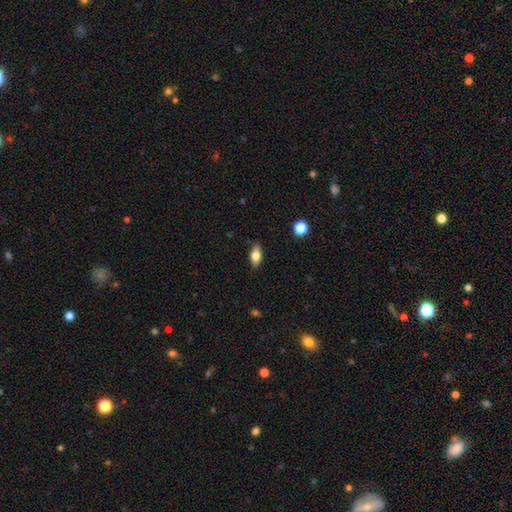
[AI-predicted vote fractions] Smooth or featured?
  - smooth: 73% *
  - featured or disk: 19%
  - star or artifact: 8%
How rounded?
  - in between: 82% *
  - cigar-shaped: 12%
  - round: 5%
Merging?
  - none: 85% *
  - minor disturbance: 12%
  - major disturbance: 2%
  - merger: 1%